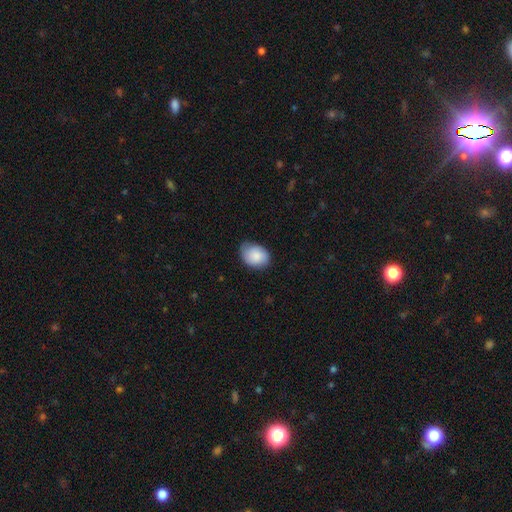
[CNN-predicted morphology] A smooth galaxy with no disk features (84%) that is in between round and cigar-shaped (69%).

Vote fractions:
- Smooth or featured? smooth: 84% / featured or disk: 9% / star or artifact: 6%
- How rounded? in between: 69% / round: 30% / cigar-shaped: 1%
- Merging? none: 63% / minor disturbance: 30% / major disturbance: 5% / merger: 1%